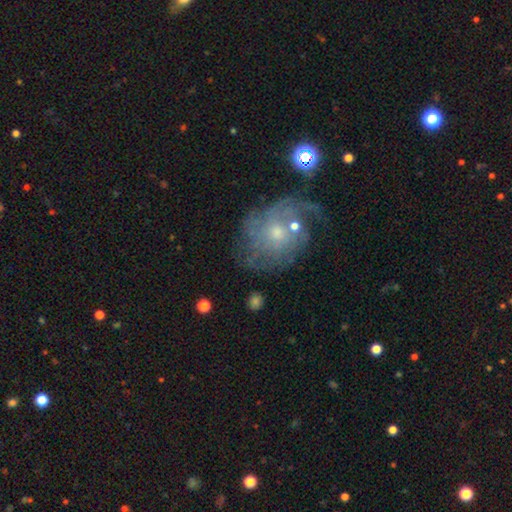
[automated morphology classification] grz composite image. It shows a featured or disk galaxy (68%) with no bar (74%), tight (49%) spiral arms (85%) and a small central bulge (60%). Merging: none (59%).